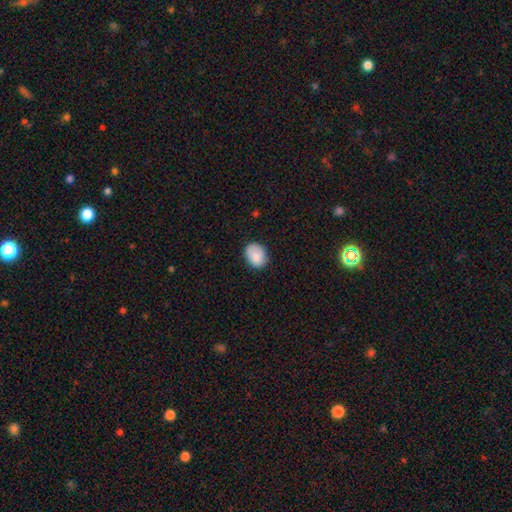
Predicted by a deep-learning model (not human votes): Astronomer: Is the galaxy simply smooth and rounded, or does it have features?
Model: smooth — 84%.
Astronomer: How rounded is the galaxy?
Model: in between — 55% (runner-up: round, 44%).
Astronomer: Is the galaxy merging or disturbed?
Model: none — 72%.